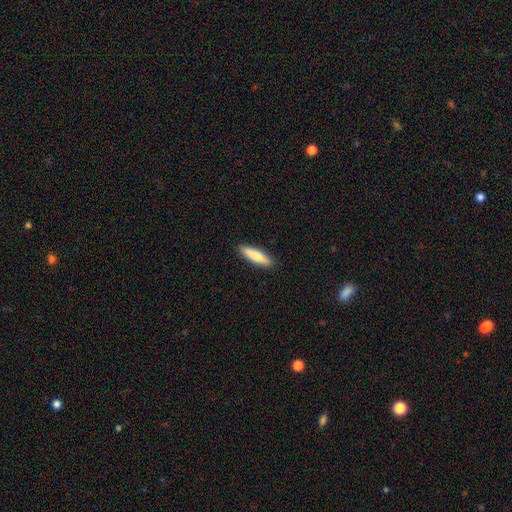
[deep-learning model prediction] smooth_or_featured: smooth (p=0.80) [alt: featured or disk p=0.15]
how_rounded: cigar-shaped (p=0.74) [alt: in between p=0.25]
merging: none (p=0.90) [alt: minor disturbance p=0.07]